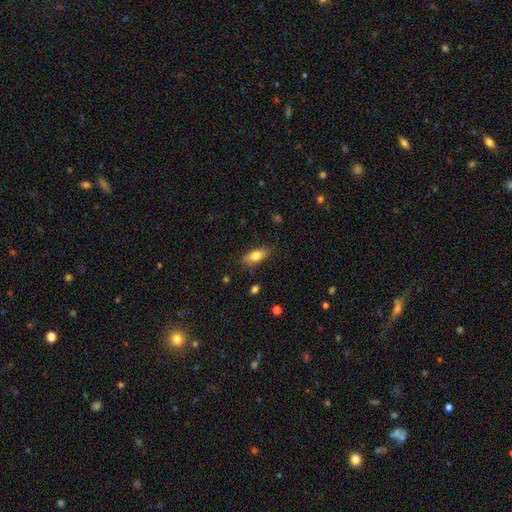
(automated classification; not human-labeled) Overall: smooth (77%). How rounded: in between (80%). Merging: none (75%).